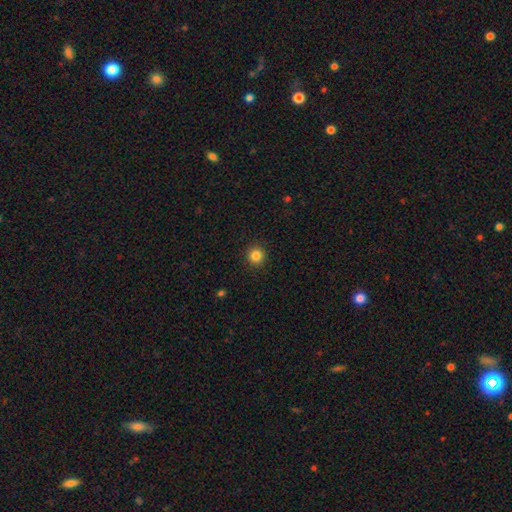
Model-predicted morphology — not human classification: Smooth or featured?
  - smooth: 85% *
  - star or artifact: 11%
  - featured or disk: 4%
How rounded?
  - round: 93% *
  - in between: 6%
  - cigar-shaped: 1%
Merging?
  - none: 92% *
  - minor disturbance: 5%
  - major disturbance: 2%
  - merger: 1%